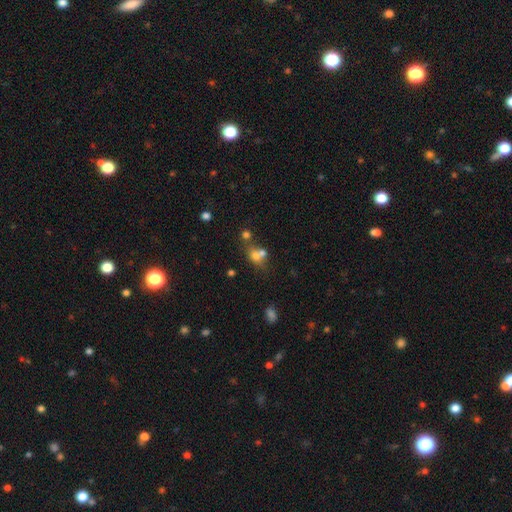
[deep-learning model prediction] Morphology: type=smooth (66%); roundness=round (59%); merging=merger (51%).